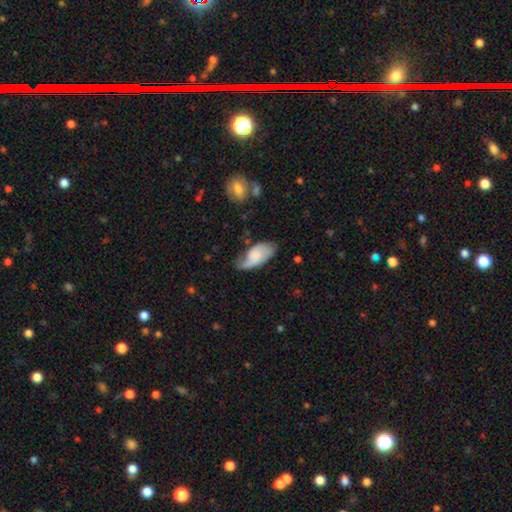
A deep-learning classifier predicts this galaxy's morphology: smooth-or-featured: smooth: 54% | featured or disk: 39% | star or artifact: 7%
  how-rounded: in between: 93% | cigar-shaped: 5% | round: 3%
  merging: none: 45% | minor disturbance: 36% | major disturbance: 16% | merger: 3%